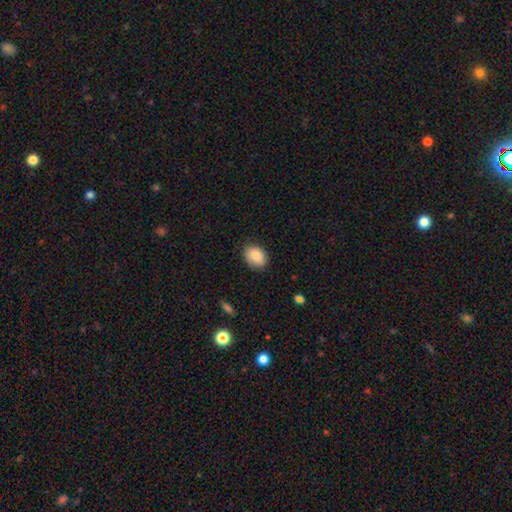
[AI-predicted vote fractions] Morphology: type=smooth (87%); roundness=in between (72%); merging=none (84%).